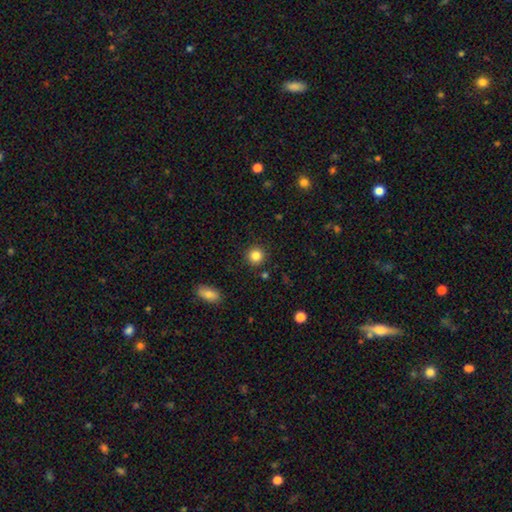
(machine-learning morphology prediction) Q: Smooth or featured?
A: smooth (85%); runner-up: star or artifact (10%)
Q: How rounded?
A: round (93%); runner-up: in between (6%)
Q: Merging?
A: none (91%); runner-up: minor disturbance (6%)